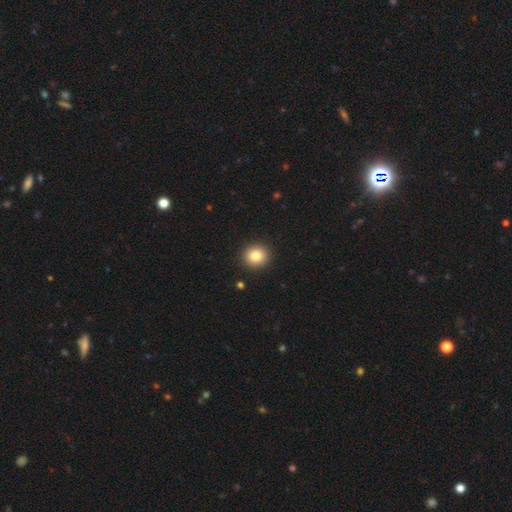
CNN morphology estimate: This is clearly a smooth galaxy (83%). How rounded: clearly round (86%). Merging: clearly none (92%).